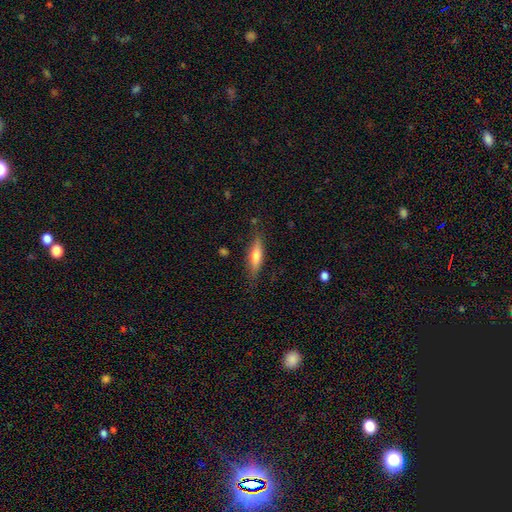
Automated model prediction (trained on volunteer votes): Overall: smooth (53%; featured or disk 40%). How rounded: cigar-shaped (72%). Merging: none (81%).